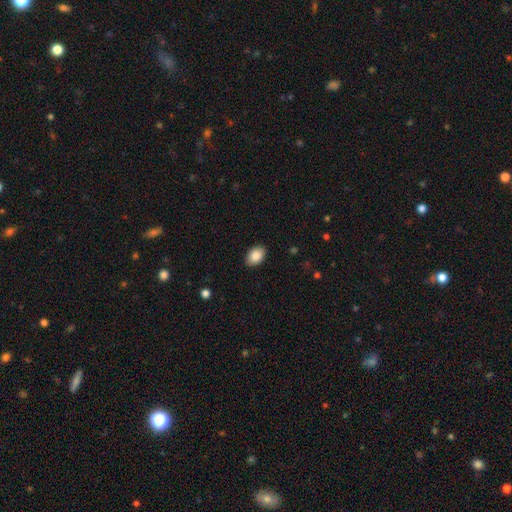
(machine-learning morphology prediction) This appears to be a smooth galaxy with no disk features (88%) that is in between round and cigar-shaped (85%). Merging: none (88%).